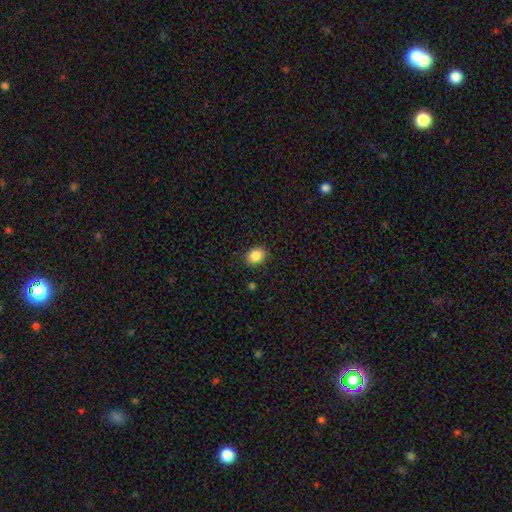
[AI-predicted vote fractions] smooth-or-featured: smooth: 87% | star or artifact: 9% | featured or disk: 4%
  how-rounded: in between: 51% | round: 48% | cigar-shaped: 1%
  merging: none: 88% | minor disturbance: 9% | major disturbance: 2% | merger: 1%